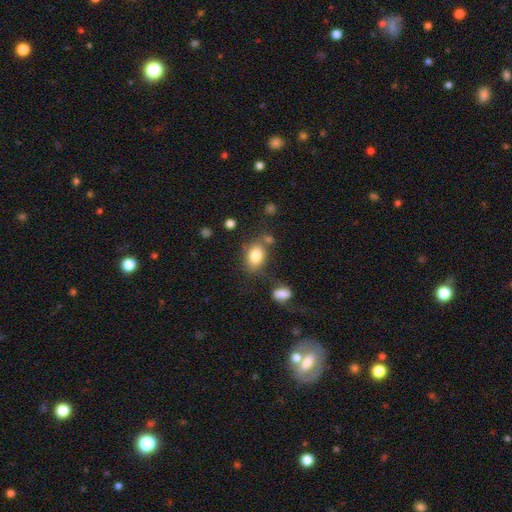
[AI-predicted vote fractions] This appears to be a smooth galaxy with no disk features (82%) that is in between round and cigar-shaped (75%). Merging: none (66%).